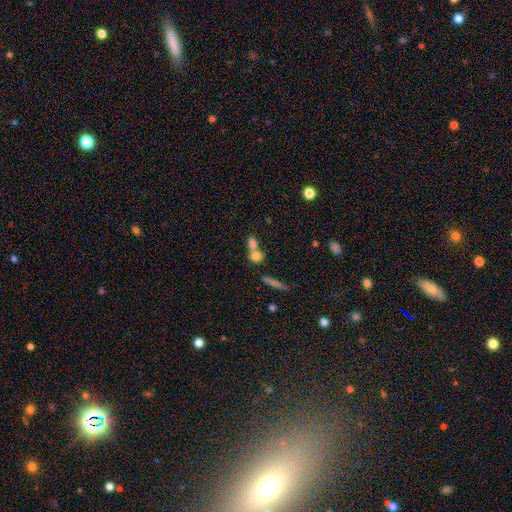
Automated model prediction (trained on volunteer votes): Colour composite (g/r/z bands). It shows a smooth galaxy with no disk features (76%) that is round (48%). Merging: merger (53%).